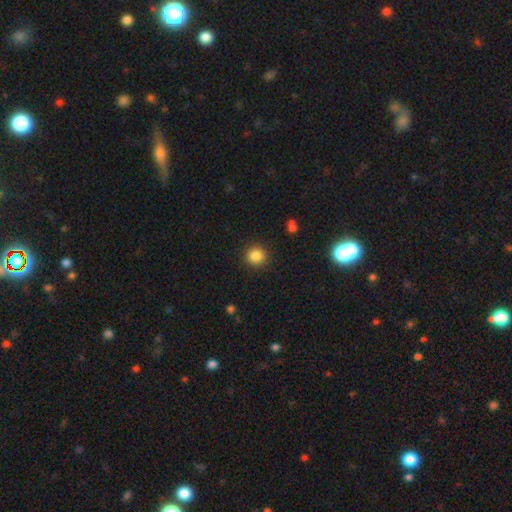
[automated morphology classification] Q: Smooth or featured?
A: smooth (85%); runner-up: star or artifact (11%)
Q: How rounded?
A: round (92%); runner-up: in between (7%)
Q: Merging?
A: none (91%); runner-up: minor disturbance (6%)